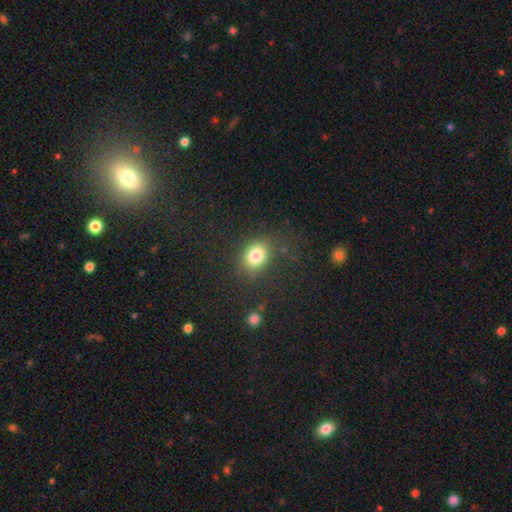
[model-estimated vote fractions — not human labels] smooth 81%, star or artifact 12%, featured or disk 8%. Down the decision tree: how rounded — in between (57%); merging — none (75%).